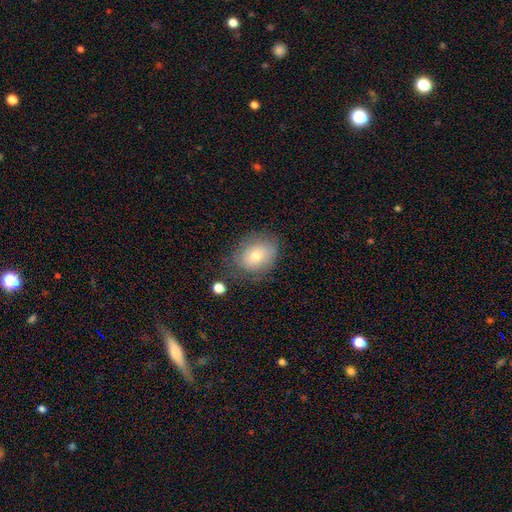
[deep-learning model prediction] Smooth or featured? smooth (67%)
How rounded? in between (59%)
Merging? none (70%)